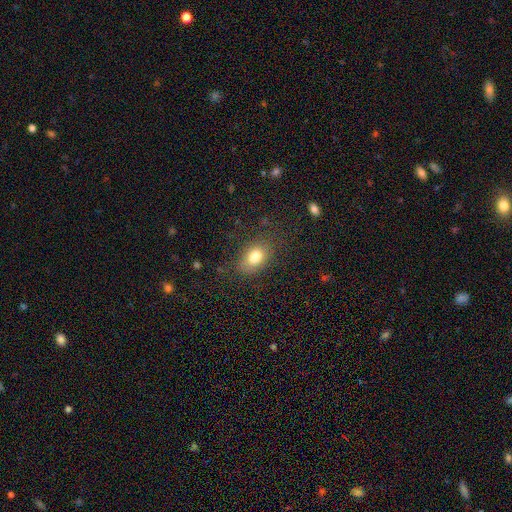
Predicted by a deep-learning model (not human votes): The model was most divided on "merging": none: 72%, minor disturbance: 18%, major disturbance: 7%, merger: 2%. More confident: how rounded — in between (83%); smooth or featured — smooth (79%).